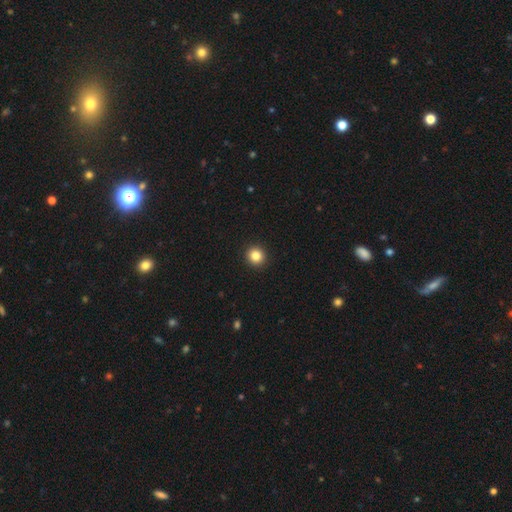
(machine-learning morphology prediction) This appears to be a smooth galaxy with no disk features (84%) that is round (92%). Merging: none (94%).